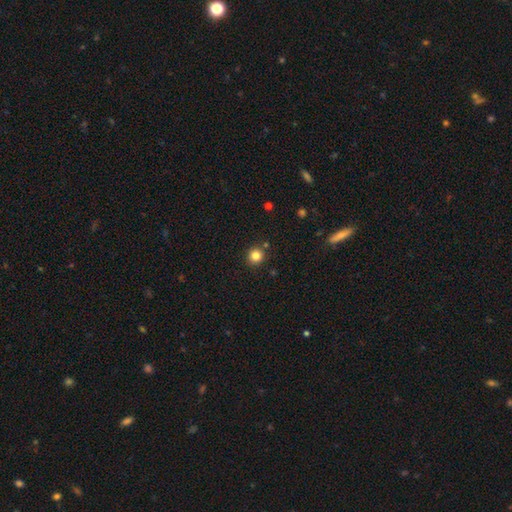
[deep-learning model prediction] A smooth galaxy with no disk features (83%) that is round (92%).

Vote fractions:
- Smooth or featured? smooth: 83% / star or artifact: 12% / featured or disk: 5%
- How rounded? round: 92% / in between: 7% / cigar-shaped: 1%
- Merging? none: 88% / minor disturbance: 7% / merger: 4% / major disturbance: 2%